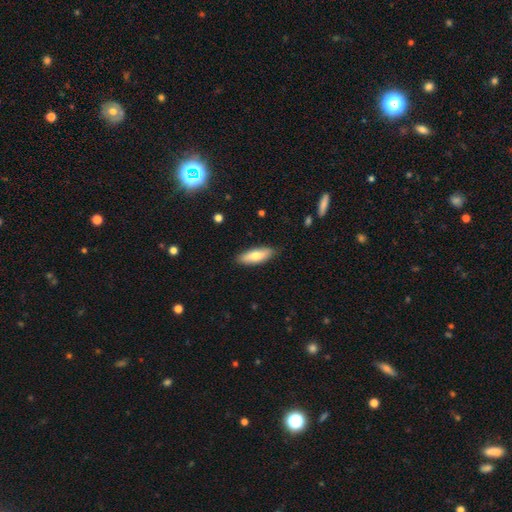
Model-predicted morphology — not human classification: Smooth or featured?
  - smooth: 71% *
  - featured or disk: 23%
  - star or artifact: 6%
How rounded?
  - in between: 65% *
  - cigar-shaped: 33%
  - round: 2%
Merging?
  - none: 85% *
  - minor disturbance: 12%
  - major disturbance: 2%
  - merger: 1%